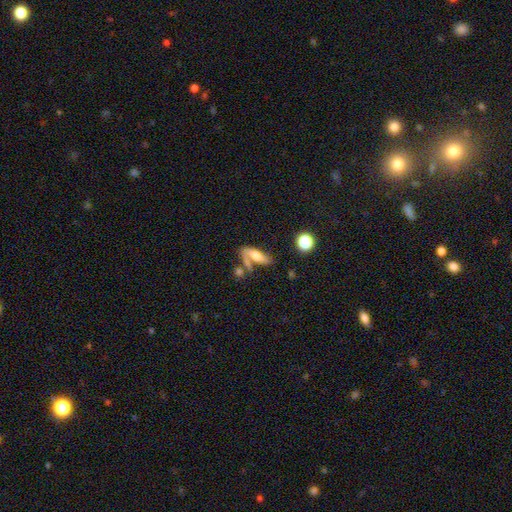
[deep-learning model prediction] Smooth or featured? smooth (53%)
How rounded? in between (57%)
Merging? none (42%)